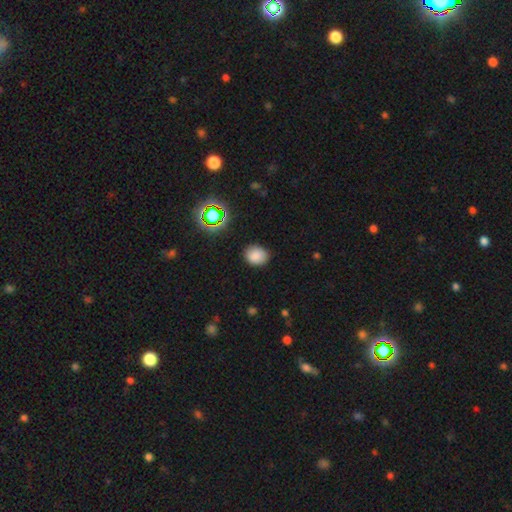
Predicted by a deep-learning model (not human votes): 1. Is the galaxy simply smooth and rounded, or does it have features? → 82% smooth, 13% star or artifact, 5% featured or disk.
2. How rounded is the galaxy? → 59% round, 41% in between, 1% cigar-shaped.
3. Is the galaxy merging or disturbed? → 84% none, 12% minor disturbance, 3% major disturbance, 1% merger.